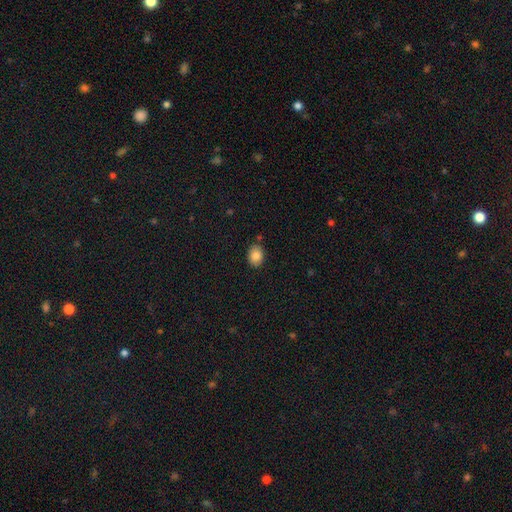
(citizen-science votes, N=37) Q: Smooth or featured?
A: smooth (89%); runner-up: featured or disk (5%)
Q: How rounded?
A: in between (67%); runner-up: round (33%)
Q: Merging?
A: none (83%); runner-up: minor disturbance (9%)